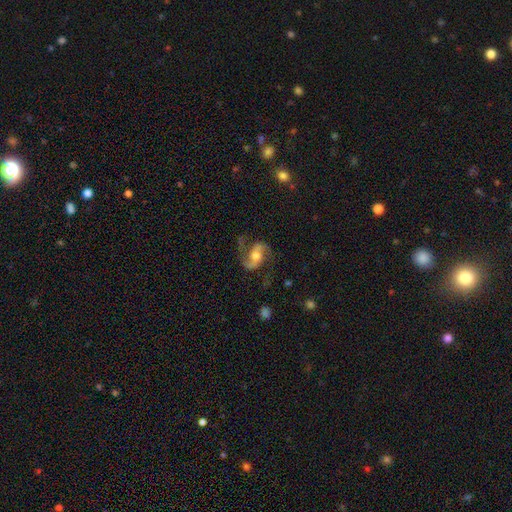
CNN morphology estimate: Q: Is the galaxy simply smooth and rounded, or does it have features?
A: featured or disk — 86%.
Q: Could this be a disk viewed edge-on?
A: no — 97%.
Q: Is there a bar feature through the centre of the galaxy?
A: weak — 39%.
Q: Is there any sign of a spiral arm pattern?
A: yes — 96%.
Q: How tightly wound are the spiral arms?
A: loose — 47%.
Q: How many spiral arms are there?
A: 2 — 91%.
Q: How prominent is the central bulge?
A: moderate — 64%.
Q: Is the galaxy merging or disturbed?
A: none — 68%.